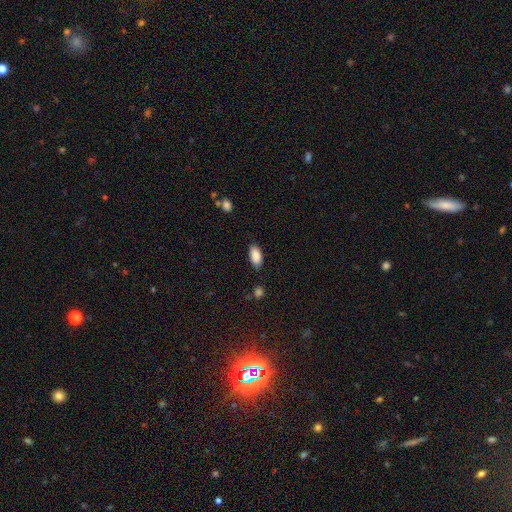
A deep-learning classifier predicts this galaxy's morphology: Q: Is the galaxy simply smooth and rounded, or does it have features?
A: smooth — 89%.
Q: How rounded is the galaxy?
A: in between — 92%.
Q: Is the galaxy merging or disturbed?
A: none — 80%.